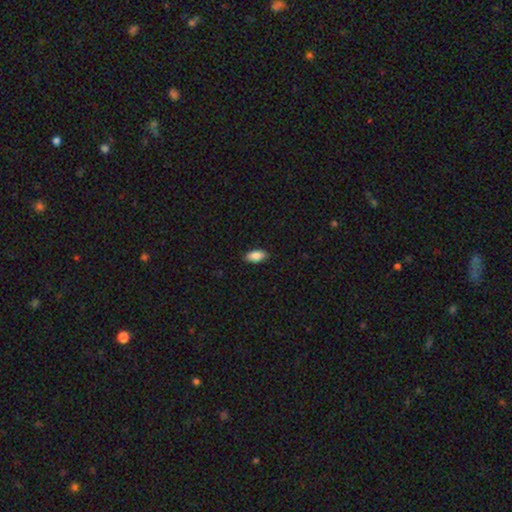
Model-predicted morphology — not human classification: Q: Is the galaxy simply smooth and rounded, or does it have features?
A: smooth — 88%.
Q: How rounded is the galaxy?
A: in between — 92%.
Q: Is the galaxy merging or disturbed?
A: none — 87%.